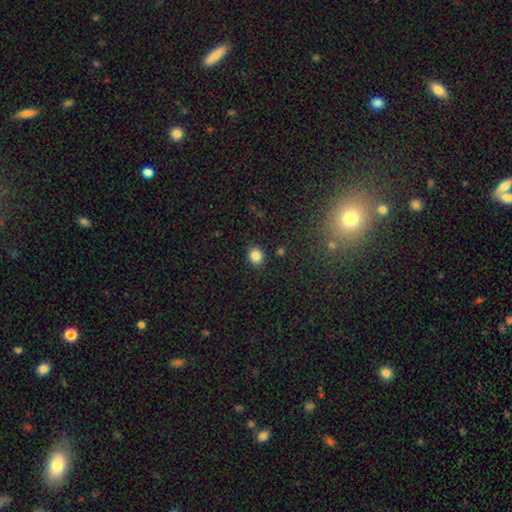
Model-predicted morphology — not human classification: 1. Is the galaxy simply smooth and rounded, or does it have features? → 84% smooth, 11% star or artifact, 4% featured or disk.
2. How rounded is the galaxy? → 77% round, 22% in between, 1% cigar-shaped.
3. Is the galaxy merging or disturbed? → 90% none, 7% minor disturbance, 2% major disturbance, 2% merger.